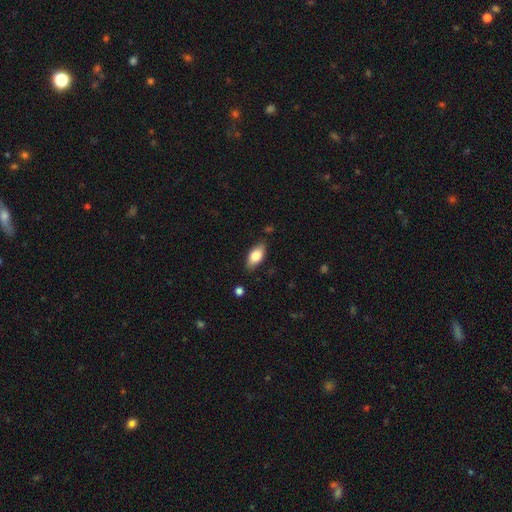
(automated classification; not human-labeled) Smooth or featured? smooth (77%)
How rounded? in between (88%)
Merging? none (82%)